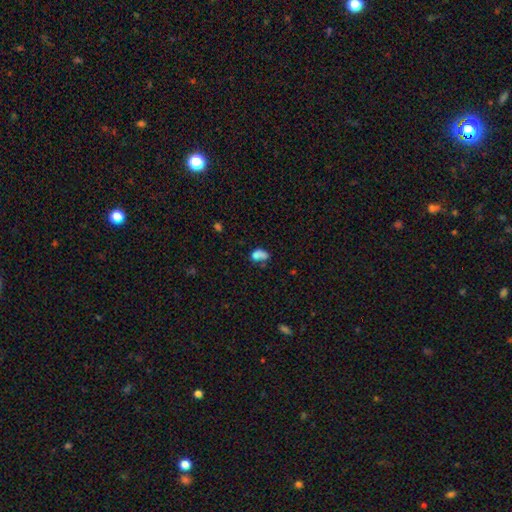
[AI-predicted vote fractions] Q: Smooth or featured?
A: smooth (72%); runner-up: featured or disk (16%)
Q: How rounded?
A: in between (78%); runner-up: round (19%)
Q: Merging?
A: merger (32%); runner-up: none (30%)